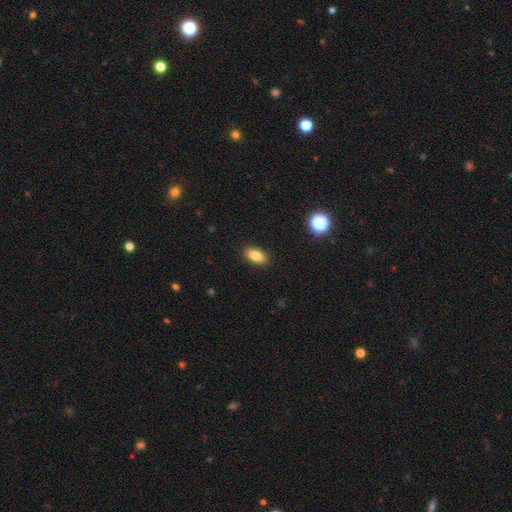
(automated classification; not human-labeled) Smooth or featured?
  - smooth: 82% *
  - star or artifact: 9%
  - featured or disk: 9%
How rounded?
  - in between: 89% *
  - round: 6%
  - cigar-shaped: 4%
Merging?
  - none: 89% *
  - minor disturbance: 8%
  - major disturbance: 2%
  - merger: 1%